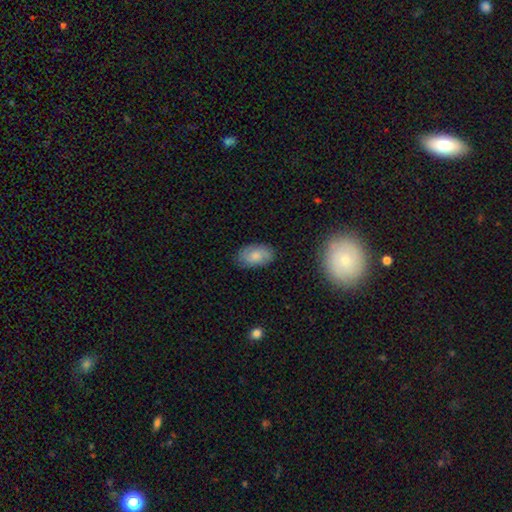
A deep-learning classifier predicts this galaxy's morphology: This is likely a smooth galaxy (61%). How rounded: clearly in between (91%). Merging: clearly none (80%).